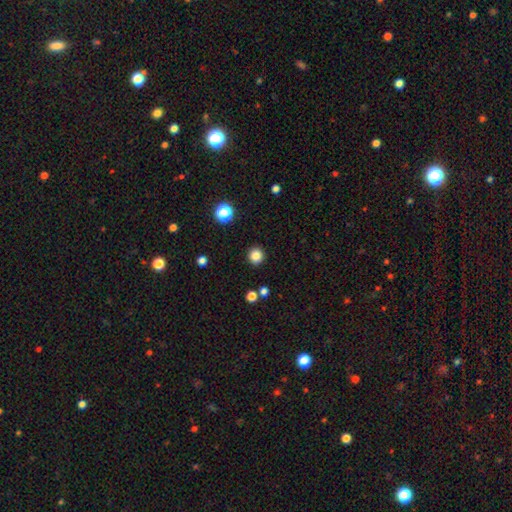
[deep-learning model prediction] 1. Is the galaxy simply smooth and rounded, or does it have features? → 84% smooth, 12% star or artifact, 4% featured or disk.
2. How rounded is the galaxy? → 95% round, 4% in between, 1% cigar-shaped.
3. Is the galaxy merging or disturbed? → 92% none, 5% minor disturbance, 2% major disturbance, 2% merger.